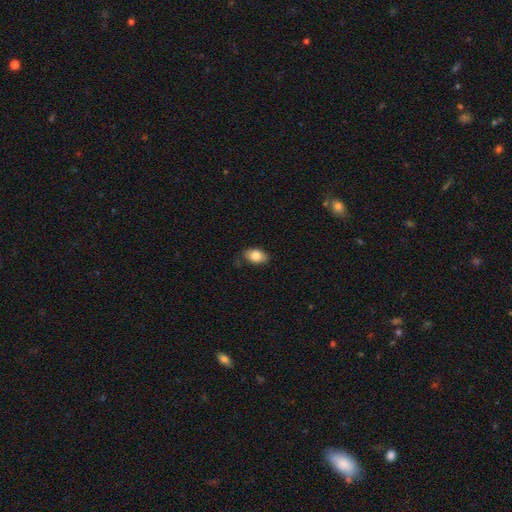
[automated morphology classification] Overall: smooth (82%). How rounded: in between (89%). Merging: none (80%).